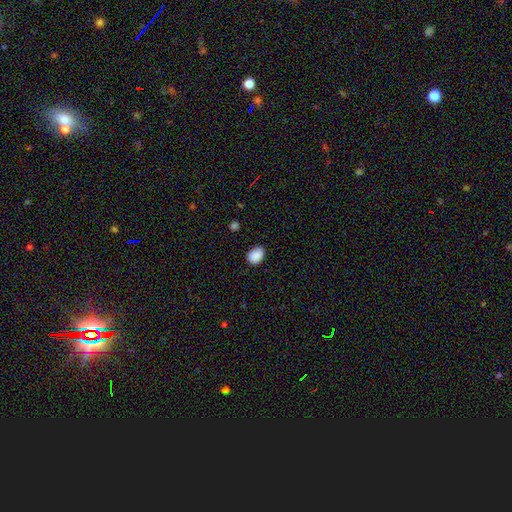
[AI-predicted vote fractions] Q: Smooth or featured?
A: smooth (89%); runner-up: star or artifact (8%)
Q: How rounded?
A: in between (65%); runner-up: round (34%)
Q: Merging?
A: none (78%); runner-up: minor disturbance (17%)